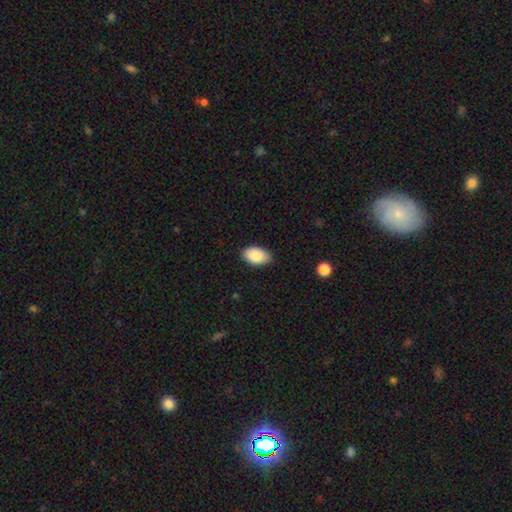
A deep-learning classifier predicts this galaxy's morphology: type=smooth (88%); roundness=in between (94%); merging=none (83%).